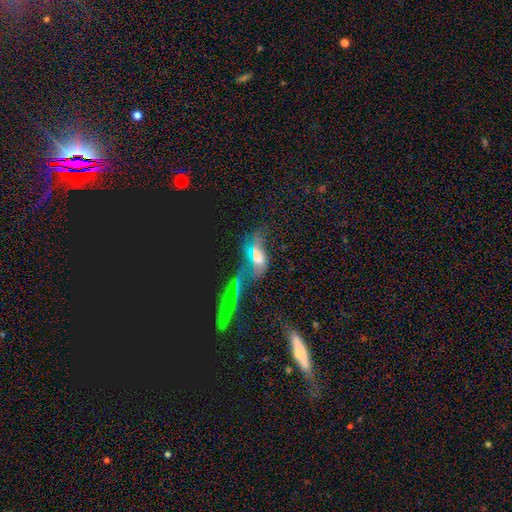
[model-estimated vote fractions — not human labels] Smooth or featured: smooth — 36% (featured or disk — 33%)
Merging: none — 32% (merger — 26%)